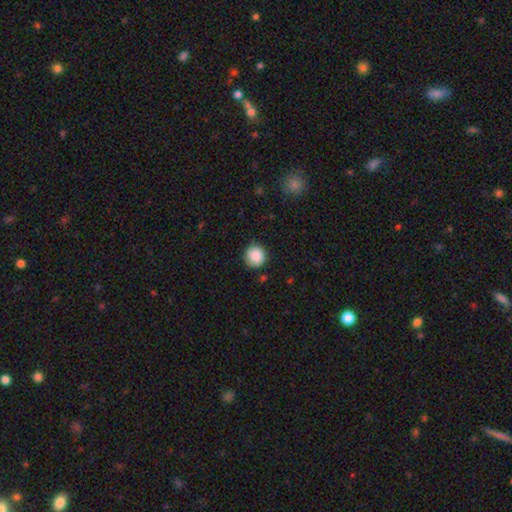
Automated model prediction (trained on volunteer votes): Smooth or featured? smooth (88%)
How rounded? round (92%)
Merging? none (84%)